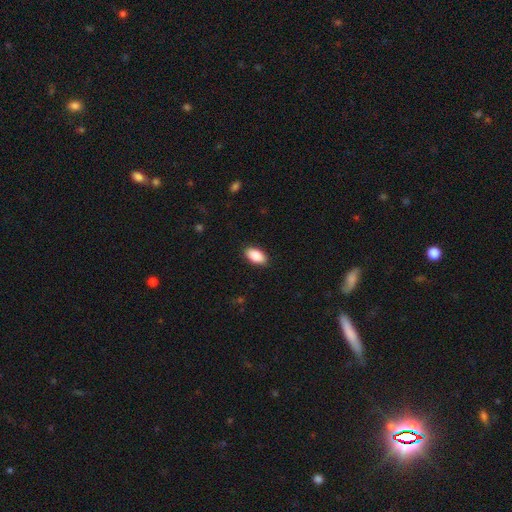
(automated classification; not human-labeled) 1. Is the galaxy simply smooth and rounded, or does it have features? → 89% smooth, 6% star or artifact, 5% featured or disk.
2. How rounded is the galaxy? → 94% in between, 3% round, 3% cigar-shaped.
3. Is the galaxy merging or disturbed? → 89% none, 8% minor disturbance, 2% major disturbance, 1% merger.